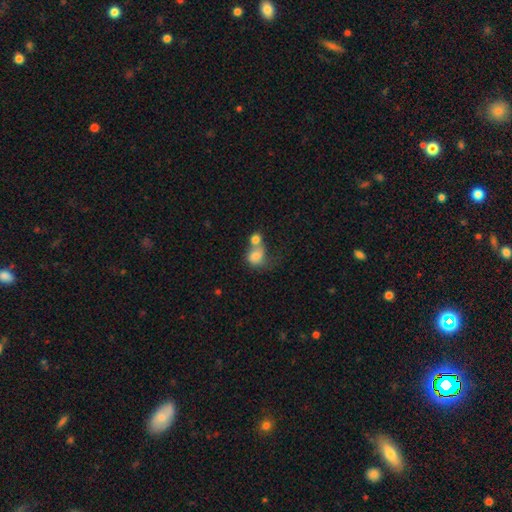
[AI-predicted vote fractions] Smooth or featured? Predicted: smooth (p=0.76). How rounded? Predicted: round (p=0.54). Merging? Predicted: merger (p=0.65).